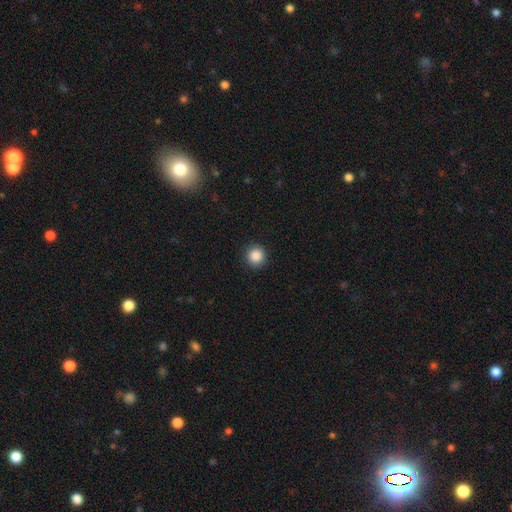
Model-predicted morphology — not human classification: Overall: smooth (88%). How rounded: round (95%). Merging: none (92%).